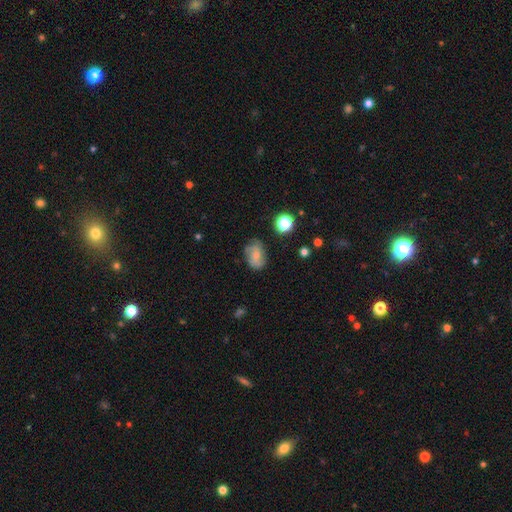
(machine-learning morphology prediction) smooth 52%, featured or disk 38%, star or artifact 11%. Down the decision tree: how rounded — in between (77%); merging — none (68%).